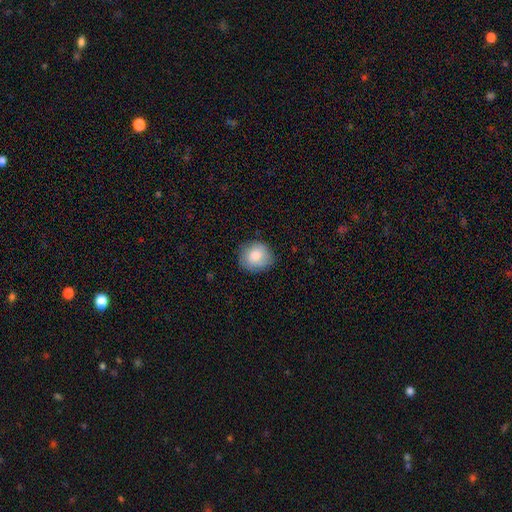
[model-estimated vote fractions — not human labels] smooth 82%, featured or disk 11%, star or artifact 7%. Down the decision tree: how rounded — round (78%); merging — none (80%).